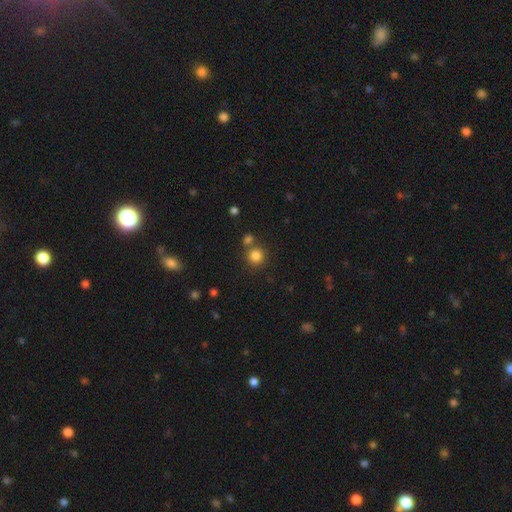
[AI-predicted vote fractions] Smooth or featured? smooth (82%)
How rounded? round (93%)
Merging? none (73%)